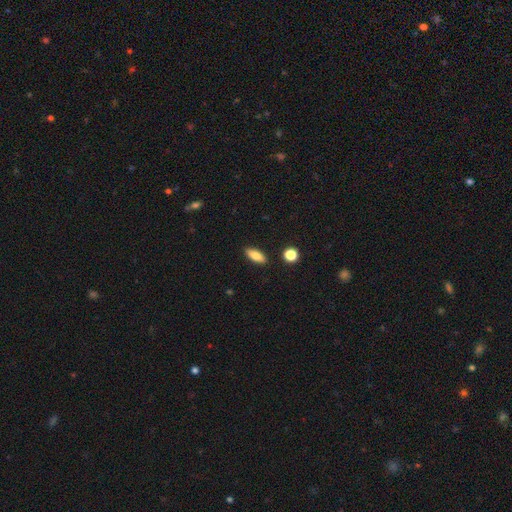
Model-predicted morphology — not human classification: Smooth or featured? Predicted: smooth (p=0.83). How rounded? Predicted: in between (p=0.73). Merging? Predicted: none (p=0.89).